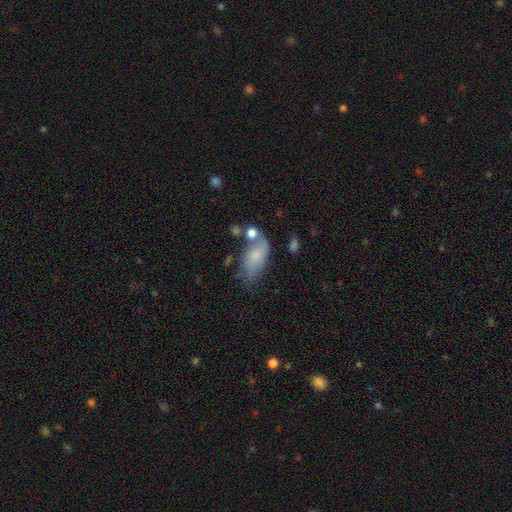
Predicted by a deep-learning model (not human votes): This is likely a smooth galaxy (63%). How rounded: clearly in between (90%). Merging: marginally none (40%).